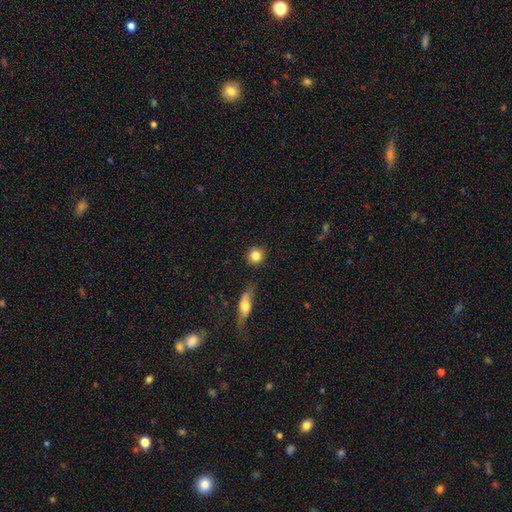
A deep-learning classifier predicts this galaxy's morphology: A smooth galaxy with no disk features (84%) that is round (90%). Merging: none (87%).